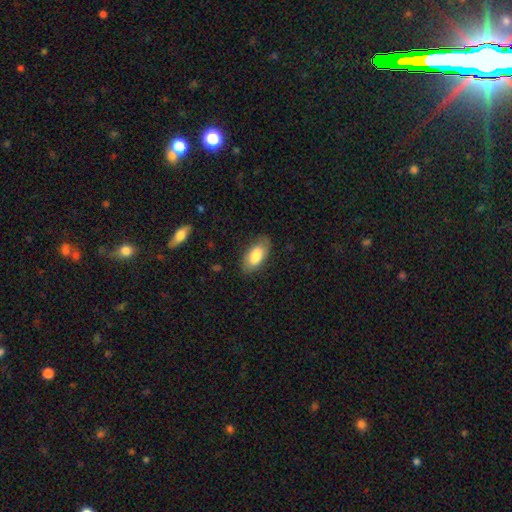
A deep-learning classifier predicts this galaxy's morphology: This is clearly a smooth galaxy (81%). How rounded: clearly in between (92%). Merging: likely none (79%).